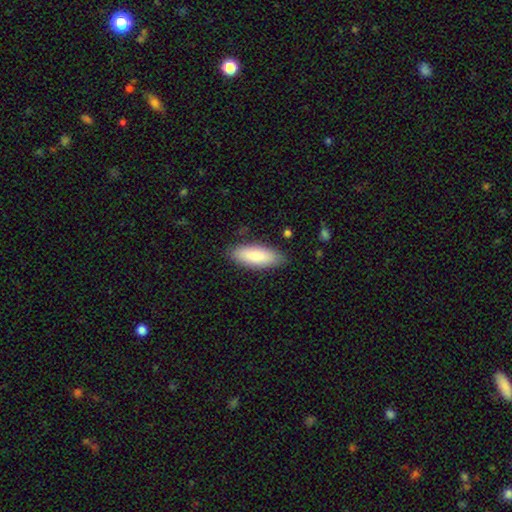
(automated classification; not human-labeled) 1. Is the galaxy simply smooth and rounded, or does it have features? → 86% smooth, 9% featured or disk, 6% star or artifact.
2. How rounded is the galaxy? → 69% in between, 30% cigar-shaped, 2% round.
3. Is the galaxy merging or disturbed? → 85% none, 11% minor disturbance, 2% major disturbance, 1% merger.